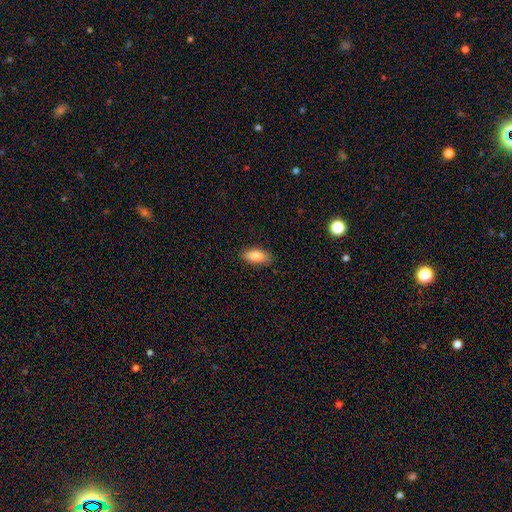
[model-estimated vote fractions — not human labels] Smooth or featured? Predicted: smooth (p=0.84). How rounded? Predicted: in between (p=0.85). Merging? Predicted: none (p=0.87).